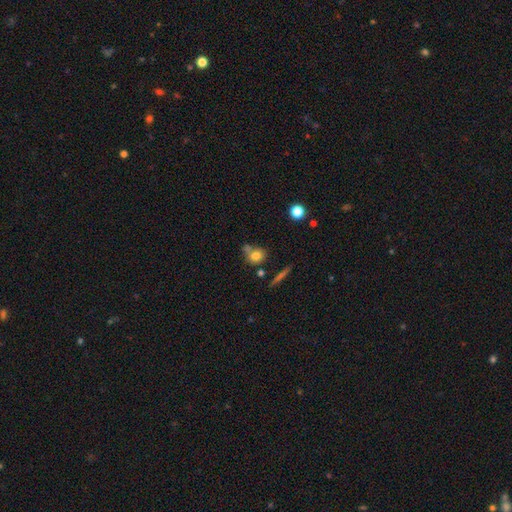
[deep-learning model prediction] This appears to be a smooth galaxy with no disk features (76%) that is round (69%). Merging: none (55%).